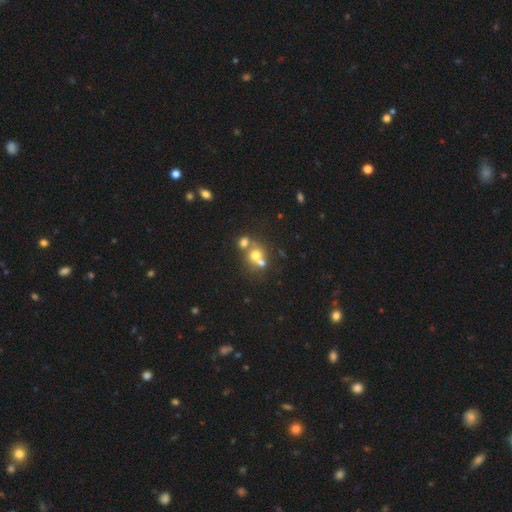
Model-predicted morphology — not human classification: smooth-or-featured: smooth: 60% | featured or disk: 23% | star or artifact: 17%
  how-rounded: round: 73% | in between: 26% | cigar-shaped: 1%
  merging: merger: 51% | none: 37% | minor disturbance: 8% | major disturbance: 5%